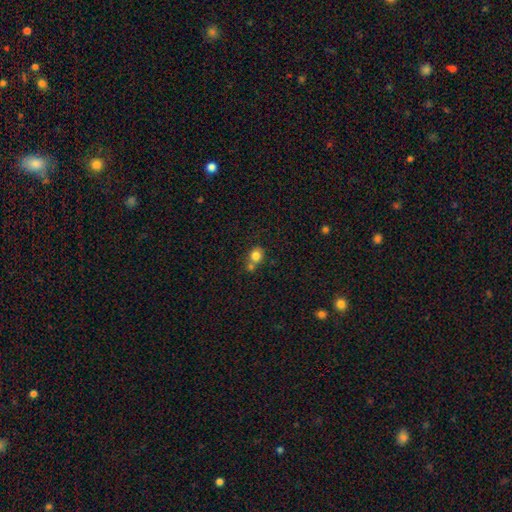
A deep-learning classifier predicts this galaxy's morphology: A smooth galaxy with no disk features (81%) that is round (78%). Merging: none (47%).